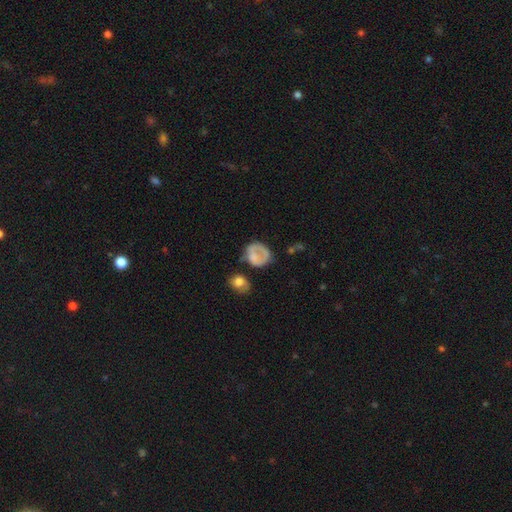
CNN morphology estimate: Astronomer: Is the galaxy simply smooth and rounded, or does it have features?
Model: smooth — 57% (runner-up: featured or disk, 34%).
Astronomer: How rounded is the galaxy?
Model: round — 62%.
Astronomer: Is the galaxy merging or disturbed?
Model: none — 44% (runner-up: minor disturbance, 25%).